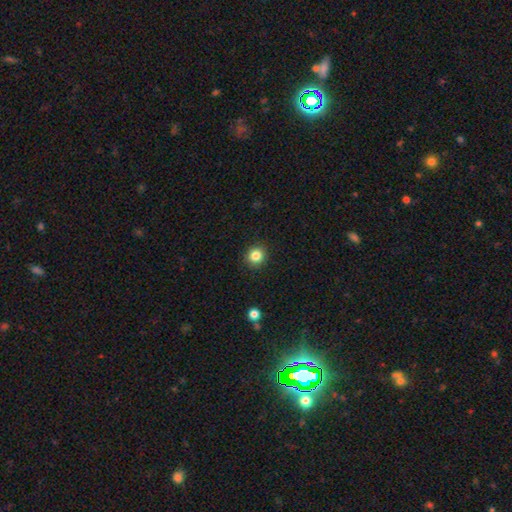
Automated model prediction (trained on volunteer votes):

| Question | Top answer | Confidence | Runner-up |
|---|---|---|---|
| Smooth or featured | smooth | 84% | star or artifact (11%) |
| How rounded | round | 90% | in between (9%) |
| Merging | none | 92% | minor disturbance (5%) |